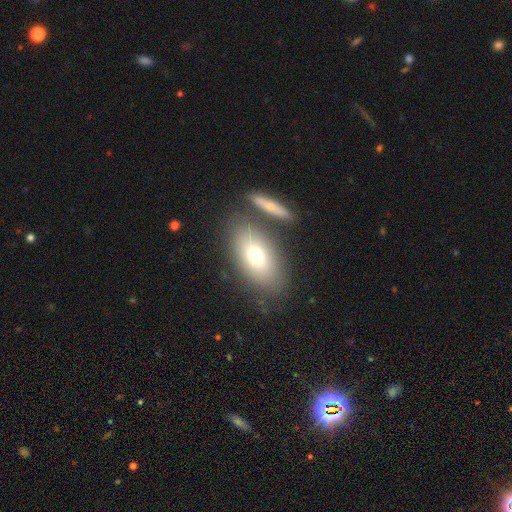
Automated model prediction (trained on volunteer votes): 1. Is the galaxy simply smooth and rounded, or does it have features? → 72% smooth, 20% featured or disk, 8% star or artifact.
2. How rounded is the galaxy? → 88% in between, 7% round, 5% cigar-shaped.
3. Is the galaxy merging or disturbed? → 73% none, 12% merger, 11% minor disturbance, 4% major disturbance.